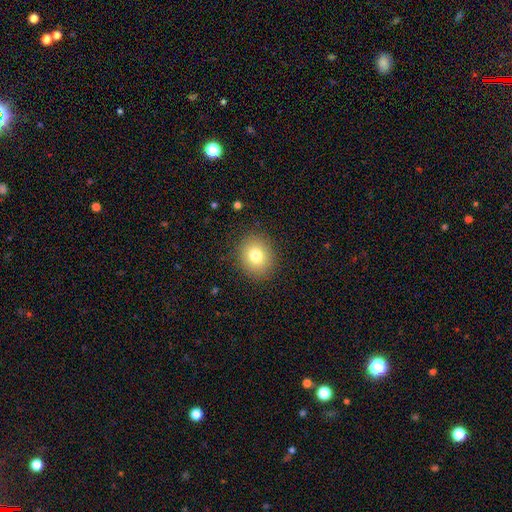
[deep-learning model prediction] Overall: smooth (79%). How rounded: round (70%). Merging: none (88%).